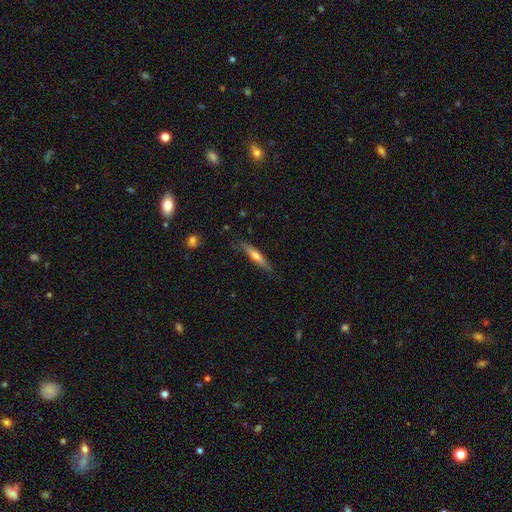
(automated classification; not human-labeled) Overall: featured or disk (48%; smooth 46%). Merging: none (82%).